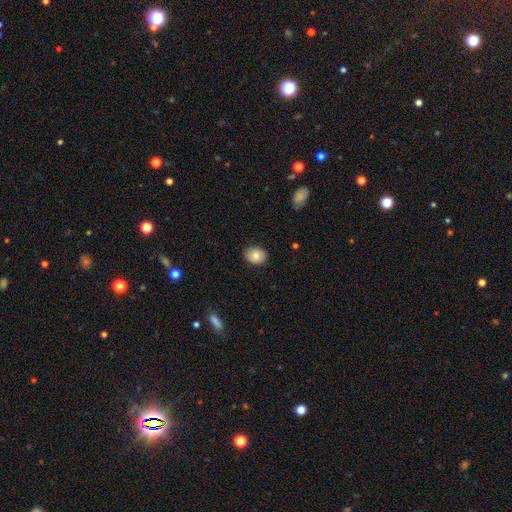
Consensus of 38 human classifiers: This is likely a smooth galaxy (74%). How rounded: likely in between (75%). Merging: clearly none (94%).